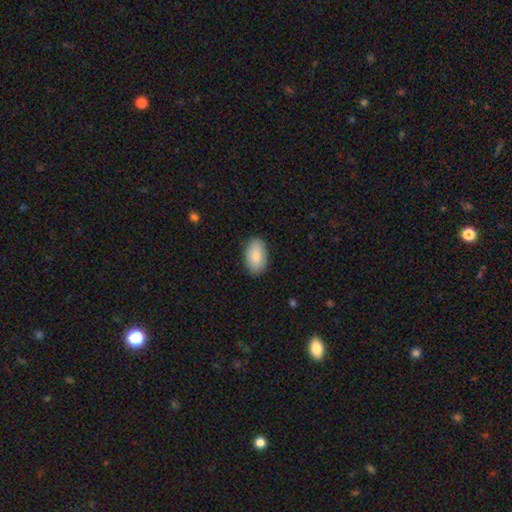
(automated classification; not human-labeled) Morphology: type=smooth (86%); roundness=in between (94%); merging=none (87%).